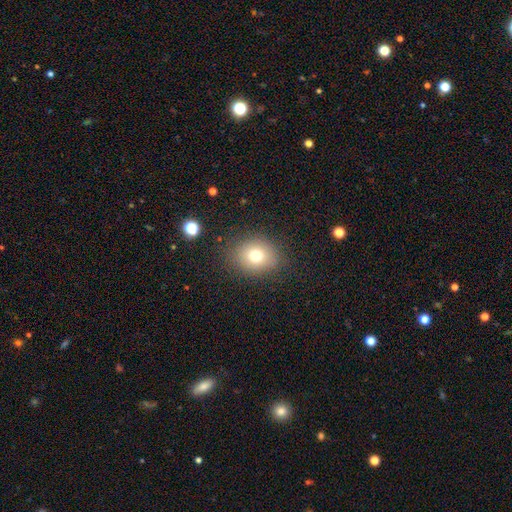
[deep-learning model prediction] A smooth galaxy with no disk features (73%) that is round (61%). Merging: none (83%).